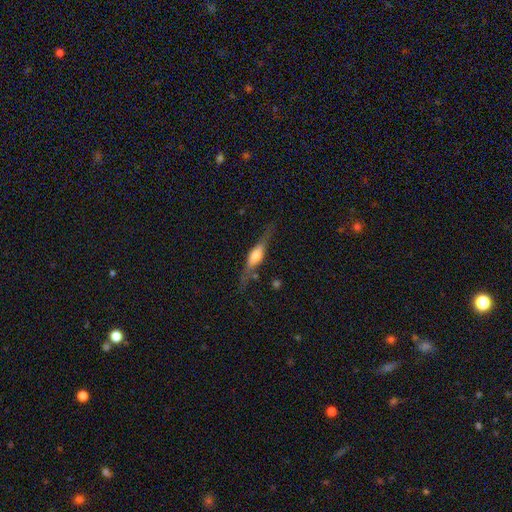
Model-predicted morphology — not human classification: smooth-or-featured: featured or disk: 61% | smooth: 33% | star or artifact: 6%
  disk-edge-on: yes: 91% | no: 9%
    edge-on-bulge: rounded: 85% | boxy: 11% | none: 4%
  merging: none: 75% | minor disturbance: 16% | major disturbance: 6% | merger: 2%